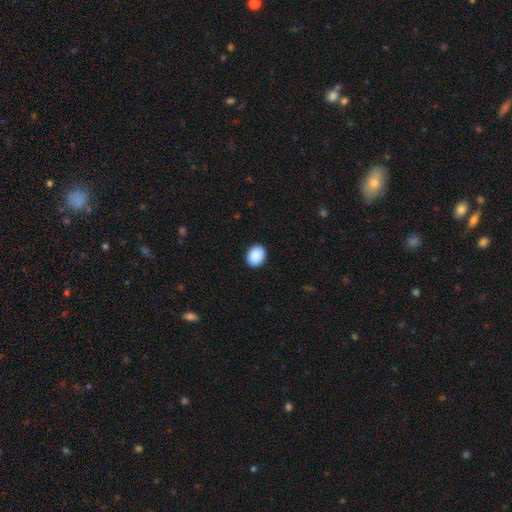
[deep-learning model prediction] This appears to be a smooth galaxy with no disk features (90%) that is in between round and cigar-shaped (58%). Merging: none (91%).